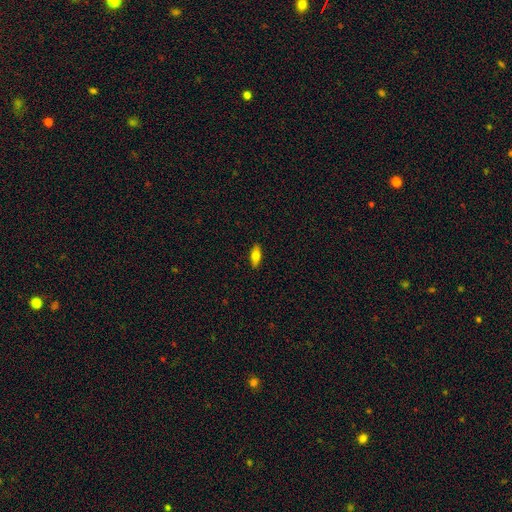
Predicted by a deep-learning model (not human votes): Smooth or featured? Predicted: smooth (p=0.73). How rounded? Predicted: in between (p=0.75). Merging? Predicted: none (p=0.89).